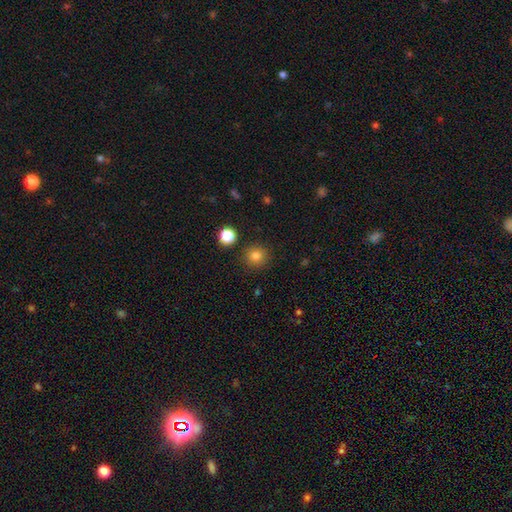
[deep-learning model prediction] Q: Smooth or featured?
A: smooth (82%); runner-up: star or artifact (13%)
Q: How rounded?
A: round (93%); runner-up: in between (6%)
Q: Merging?
A: none (89%); runner-up: minor disturbance (7%)